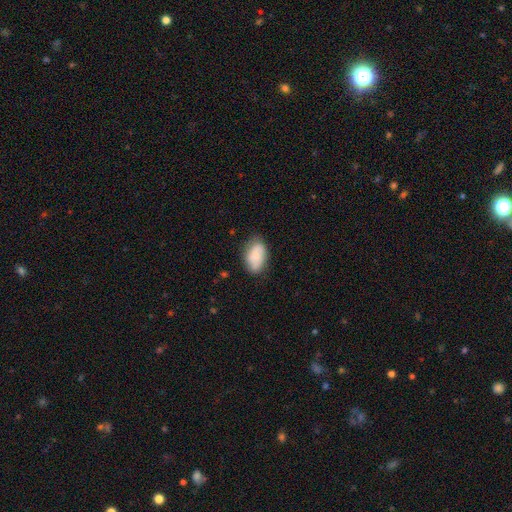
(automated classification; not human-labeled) Smooth or featured?
  - smooth: 75% *
  - featured or disk: 18%
  - star or artifact: 7%
How rounded?
  - in between: 91% *
  - round: 7%
  - cigar-shaped: 2%
Merging?
  - none: 69% *
  - minor disturbance: 23%
  - major disturbance: 5%
  - merger: 2%